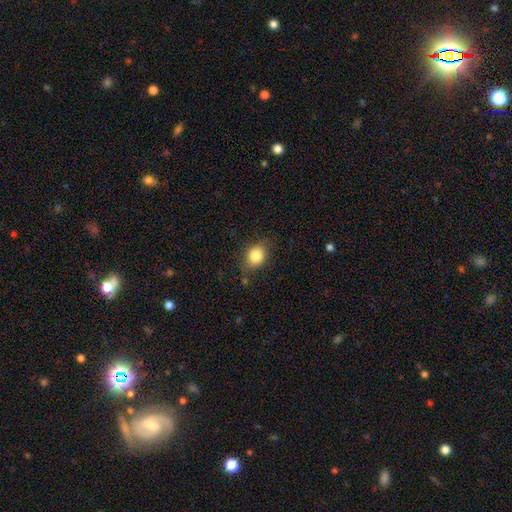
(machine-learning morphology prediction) A smooth galaxy with no disk features (82%) that is round (52%). Merging: none (75%).